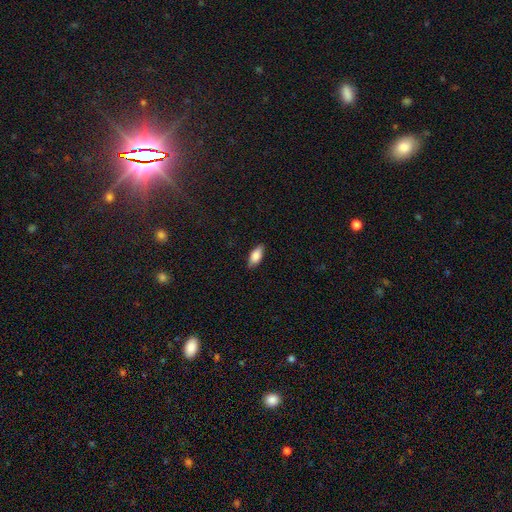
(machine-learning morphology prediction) A smooth galaxy with no disk features (85%) that is in between round and cigar-shaped (86%).

Vote fractions:
- Smooth or featured? smooth: 85% / featured or disk: 9% / star or artifact: 6%
- How rounded? in between: 86% / cigar-shaped: 11% / round: 3%
- Merging? none: 85% / minor disturbance: 12% / major disturbance: 2% / merger: 1%